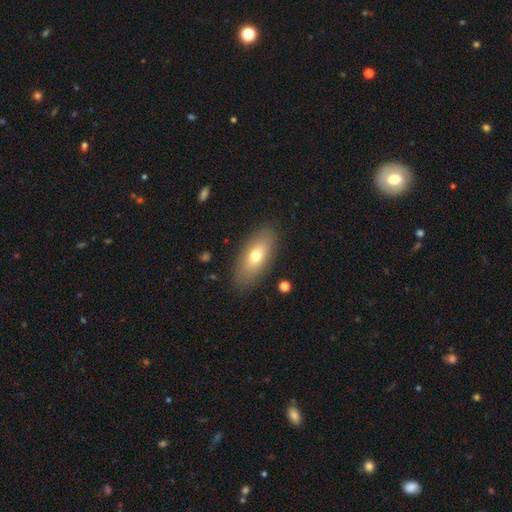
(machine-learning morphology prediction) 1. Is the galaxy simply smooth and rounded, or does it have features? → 70% smooth, 22% featured or disk, 7% star or artifact.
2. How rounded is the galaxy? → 86% in between, 10% cigar-shaped, 4% round.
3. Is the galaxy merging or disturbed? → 86% none, 10% minor disturbance, 3% major disturbance, 1% merger.